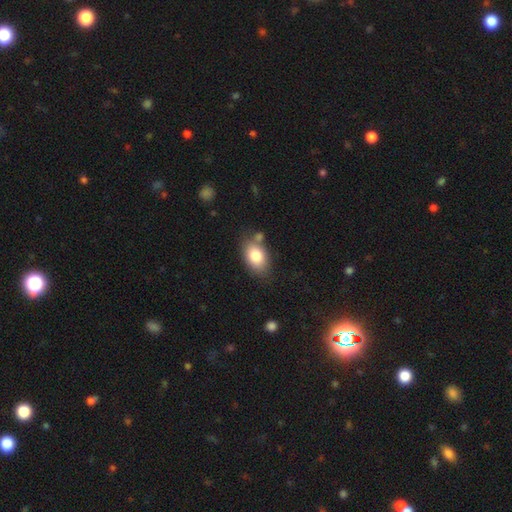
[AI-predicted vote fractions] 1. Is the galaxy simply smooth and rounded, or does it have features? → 80% smooth, 12% featured or disk, 8% star or artifact.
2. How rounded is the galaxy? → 86% in between, 13% round, 1% cigar-shaped.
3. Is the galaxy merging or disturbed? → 68% none, 17% minor disturbance, 11% merger, 4% major disturbance.